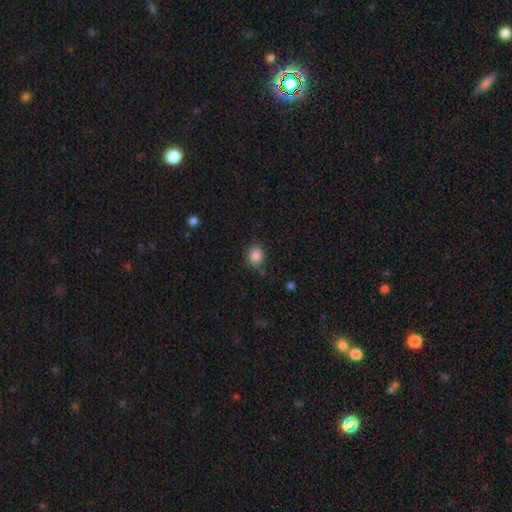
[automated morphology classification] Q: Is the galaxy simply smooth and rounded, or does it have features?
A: smooth — 86%.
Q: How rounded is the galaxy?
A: round — 55%.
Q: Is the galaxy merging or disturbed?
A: none — 75%.